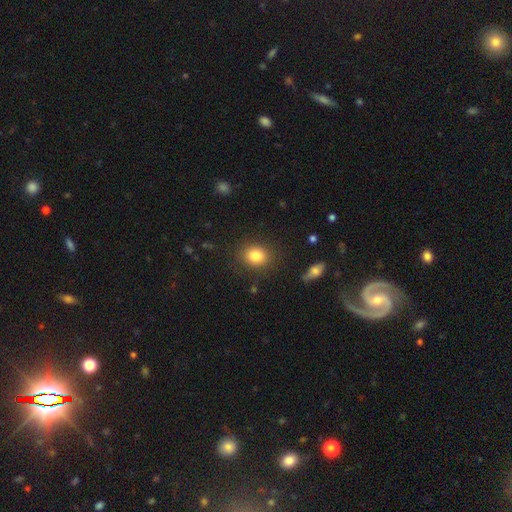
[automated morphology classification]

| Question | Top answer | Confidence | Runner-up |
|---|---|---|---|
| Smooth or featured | smooth | 82% | star or artifact (10%) |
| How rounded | round | 63% | in between (36%) |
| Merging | none | 85% | minor disturbance (10%) |